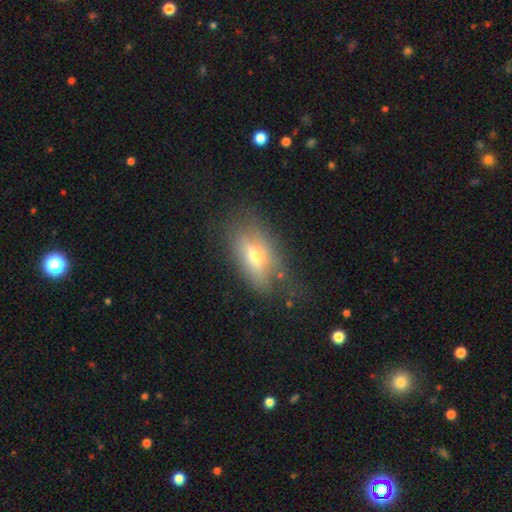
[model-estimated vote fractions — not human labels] A smooth galaxy with no disk features (55%) that is in between round and cigar-shaped (83%).

Vote fractions:
- Smooth or featured? smooth: 55% / featured or disk: 34% / star or artifact: 11%
- How rounded? in between: 83% / cigar-shaped: 10% / round: 7%
- Merging? none: 59% / minor disturbance: 25% / major disturbance: 14% / merger: 3%